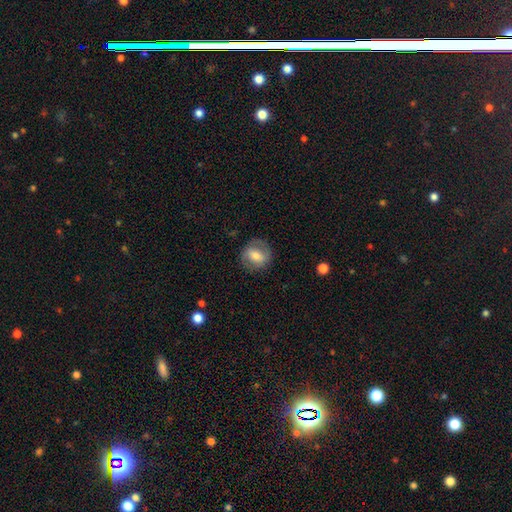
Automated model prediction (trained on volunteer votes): smooth_or_featured: smooth (p=0.52) [alt: featured or disk p=0.41]
how_rounded: round (p=0.75) [alt: in between p=0.24]
merging: none (p=0.81) [alt: minor disturbance p=0.12]